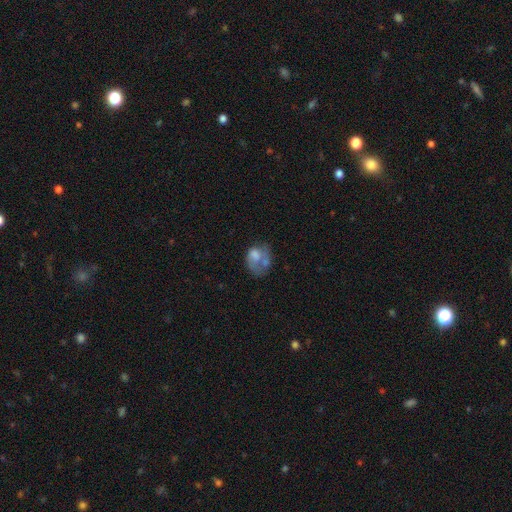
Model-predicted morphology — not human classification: This appears to be a smooth galaxy with no disk features (48%). Merging: none (31%, tied with major disturbance).